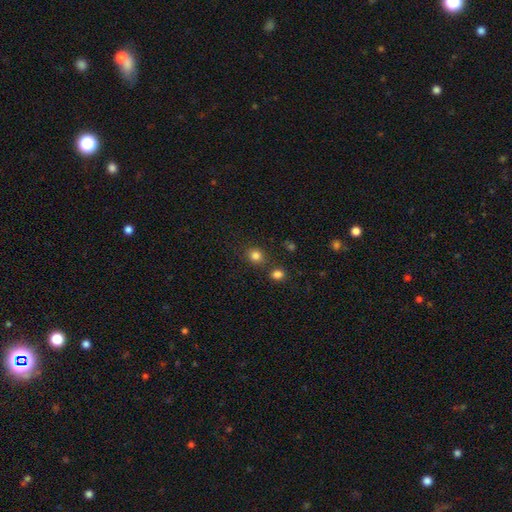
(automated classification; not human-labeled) This is clearly a smooth galaxy (82%). How rounded: likely round (77%). Merging: likely none (76%).